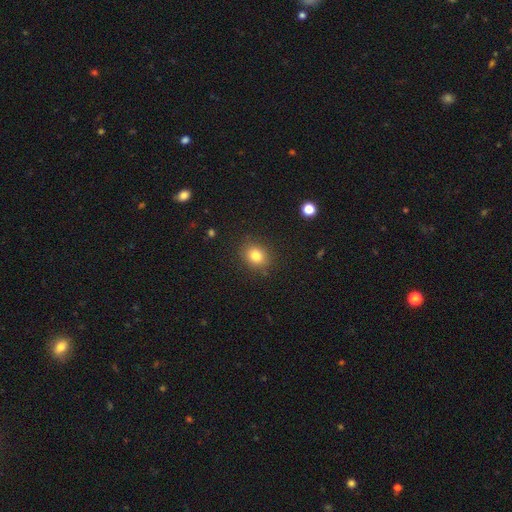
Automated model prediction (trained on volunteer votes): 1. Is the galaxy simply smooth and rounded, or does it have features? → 81% smooth, 12% star or artifact, 7% featured or disk.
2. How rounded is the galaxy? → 62% round, 37% in between, 1% cigar-shaped.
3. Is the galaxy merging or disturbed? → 87% none, 9% minor disturbance, 3% major disturbance, 1% merger.